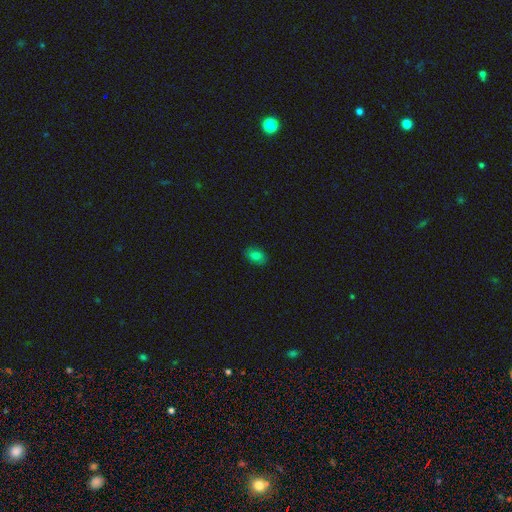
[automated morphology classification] A smooth galaxy with no disk features (79%) that is in between round and cigar-shaped (81%).

Vote fractions:
- Smooth or featured? smooth: 79% / star or artifact: 12% / featured or disk: 8%
- How rounded? in between: 81% / round: 18% / cigar-shaped: 1%
- Merging? none: 87% / minor disturbance: 10% / major disturbance: 2% / merger: 1%